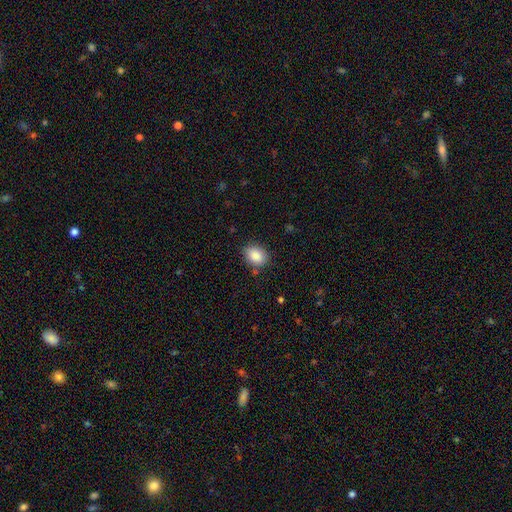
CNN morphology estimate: Smooth or featured? smooth (87%)
How rounded? in between (68%)
Merging? none (82%)